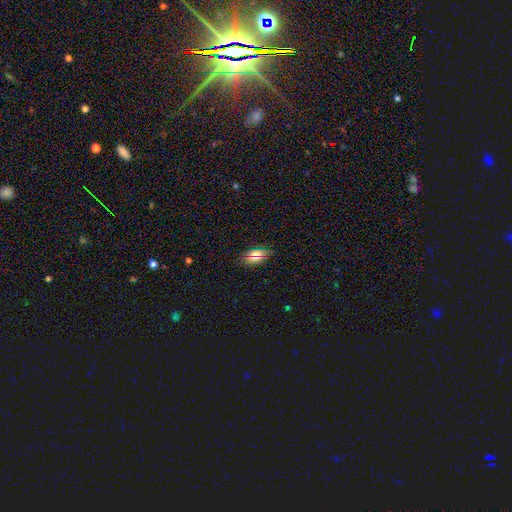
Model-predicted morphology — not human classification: Overall: smooth (67%). How rounded: in between (86%). Merging: none (84%).